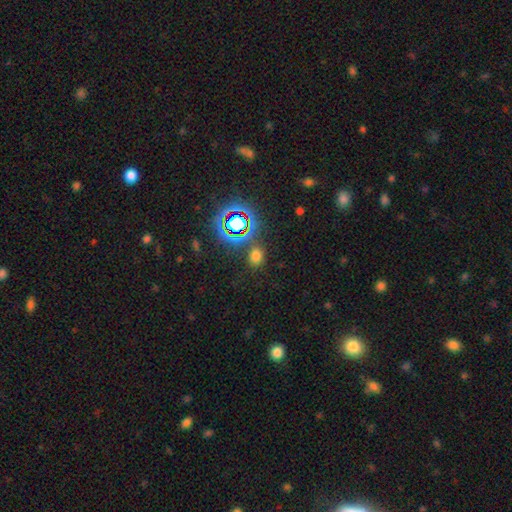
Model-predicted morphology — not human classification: Smooth or featured? Predicted: smooth (p=0.62). How rounded? Predicted: round (p=0.54). Merging? Predicted: none (p=0.77).